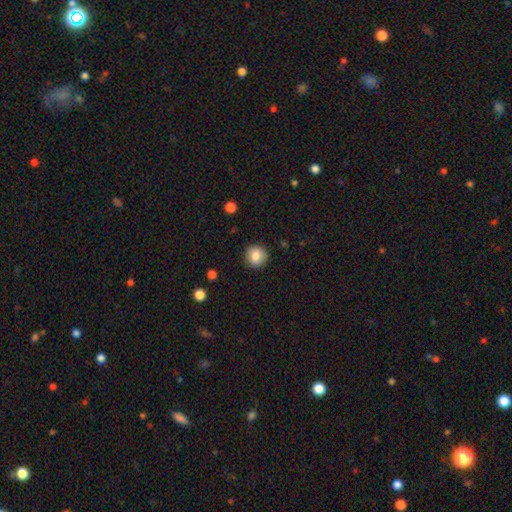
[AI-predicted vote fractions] Overall: smooth (84%). How rounded: round (92%). Merging: none (90%).